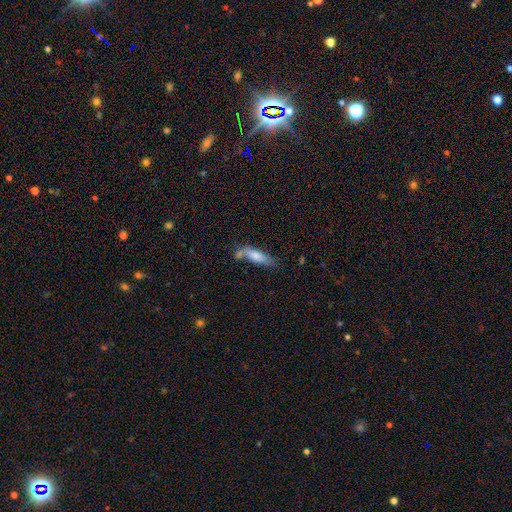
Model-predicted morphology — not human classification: Smooth or featured: smooth — 72% (featured or disk — 21%)
How rounded: cigar-shaped — 59% (in between — 39%)
Merging: none — 51% (minor disturbance — 22%)